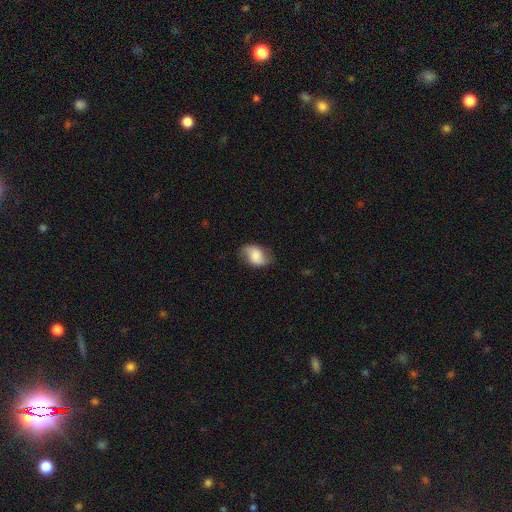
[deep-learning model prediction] smooth_or_featured: smooth (p=0.71) [alt: featured or disk p=0.21]
how_rounded: in between (p=0.84) [alt: round p=0.15]
merging: none (p=0.71) [alt: minor disturbance p=0.22]